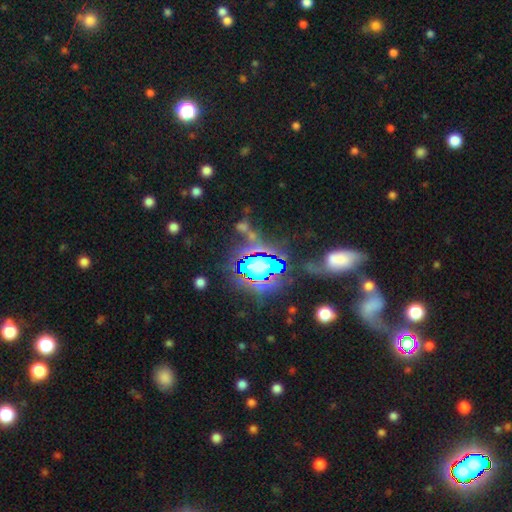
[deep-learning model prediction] Q: Smooth or featured?
A: star or artifact (78%); runner-up: smooth (13%)